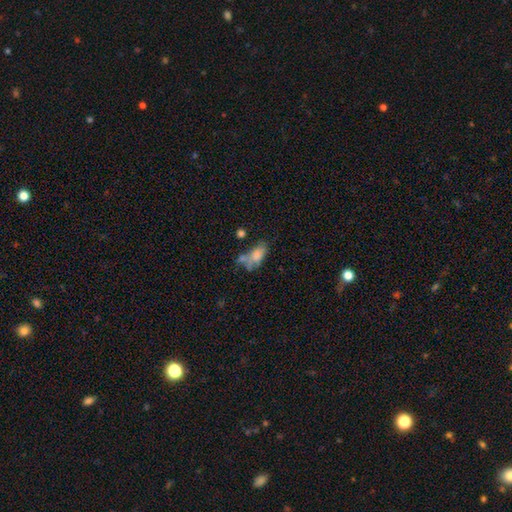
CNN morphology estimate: Smooth or featured? Predicted: smooth (p=0.70). How rounded? Predicted: in between (p=0.88). Merging? Predicted: none (p=0.33).